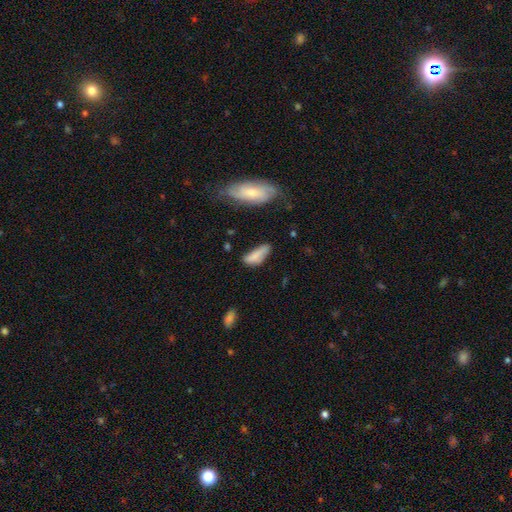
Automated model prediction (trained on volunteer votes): smooth-or-featured: smooth: 78% | featured or disk: 14% | star or artifact: 8%
  how-rounded: in between: 67% | cigar-shaped: 30% | round: 2%
  merging: none: 47% | minor disturbance: 35% | major disturbance: 12% | merger: 6%